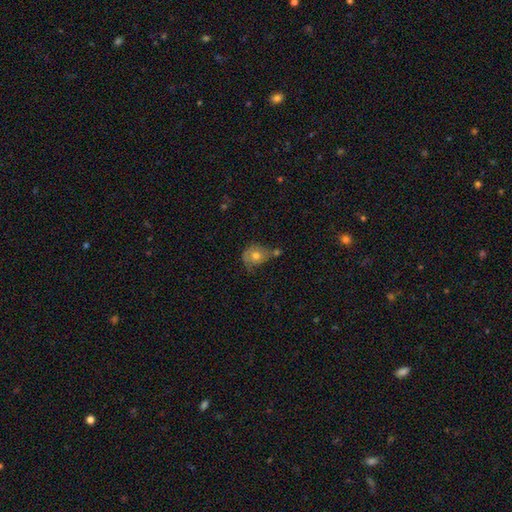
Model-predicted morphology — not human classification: Smooth or featured?
  - smooth: 59% *
  - featured or disk: 32%
  - star or artifact: 8%
How rounded?
  - round: 61% *
  - in between: 37%
  - cigar-shaped: 1%
Merging?
  - none: 36% *
  - minor disturbance: 28%
  - merger: 21%
  - major disturbance: 16%